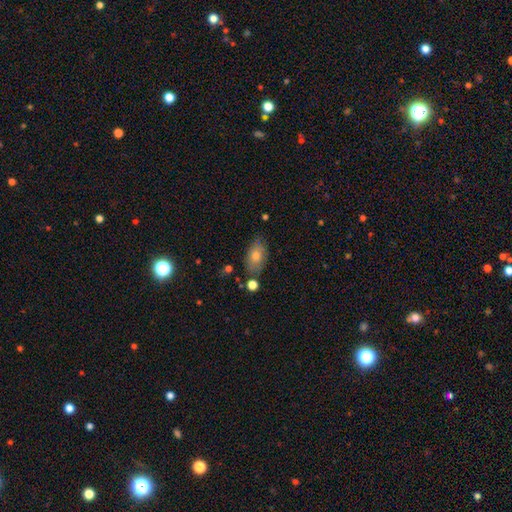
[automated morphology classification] A smooth galaxy with no disk features (67%) that is in between round and cigar-shaped (87%). Merging: none (77%).